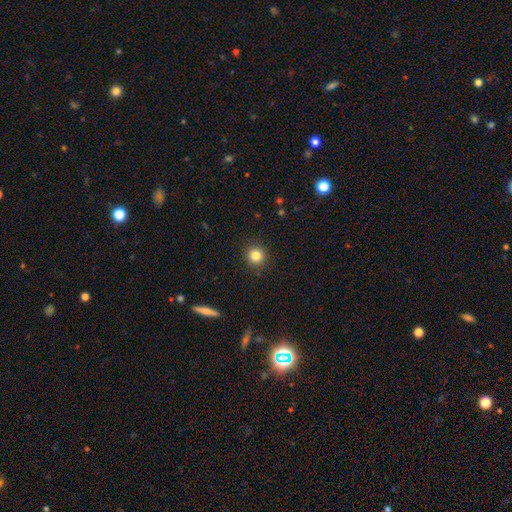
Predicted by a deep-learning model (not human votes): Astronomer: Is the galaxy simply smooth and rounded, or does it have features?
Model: smooth — 82%.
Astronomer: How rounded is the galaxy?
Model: round — 93%.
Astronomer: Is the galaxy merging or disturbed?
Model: none — 91%.